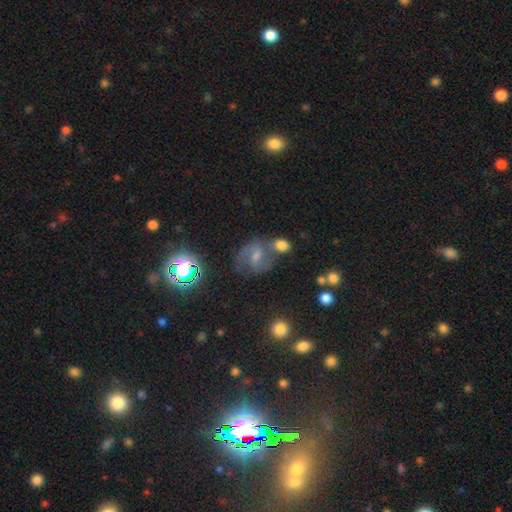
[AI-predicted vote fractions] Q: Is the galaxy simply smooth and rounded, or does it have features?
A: featured or disk — 55%.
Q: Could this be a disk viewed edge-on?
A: no — 96%.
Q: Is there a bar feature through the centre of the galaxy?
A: weak — 53%.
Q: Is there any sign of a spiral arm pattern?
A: yes — 84%.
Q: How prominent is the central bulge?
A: small — 43%, tied with moderate.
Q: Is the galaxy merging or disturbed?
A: none — 48%.